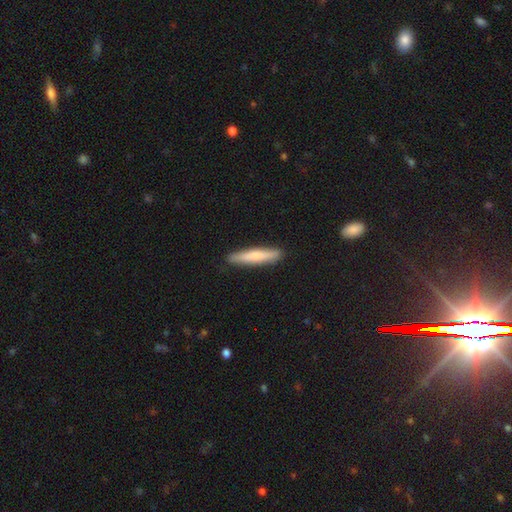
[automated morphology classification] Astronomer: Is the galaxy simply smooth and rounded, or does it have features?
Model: smooth — 71%.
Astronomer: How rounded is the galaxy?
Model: cigar-shaped — 91%.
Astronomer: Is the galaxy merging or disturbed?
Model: none — 90%.